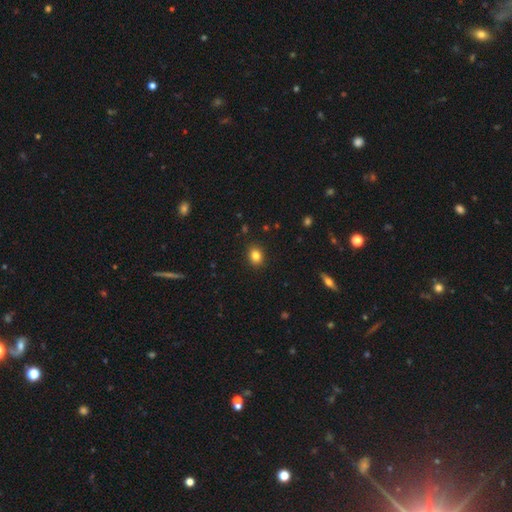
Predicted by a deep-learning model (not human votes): Smooth or featured?
  - smooth: 84% *
  - star or artifact: 11%
  - featured or disk: 6%
How rounded?
  - round: 53% *
  - in between: 46%
  - cigar-shaped: 1%
Merging?
  - none: 90% *
  - minor disturbance: 7%
  - major disturbance: 2%
  - merger: 1%